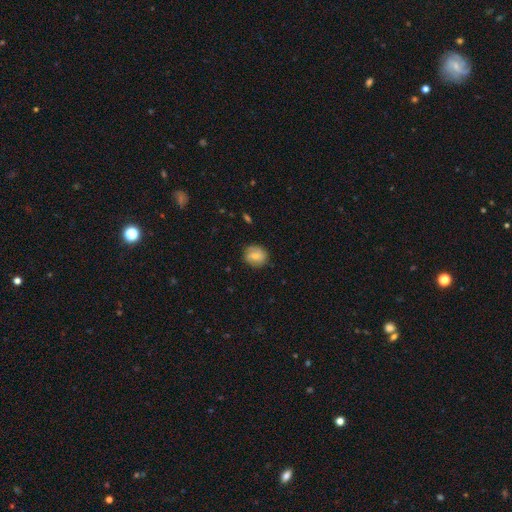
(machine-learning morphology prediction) Smooth or featured? smooth (65%)
How rounded? round (76%)
Merging? none (79%)